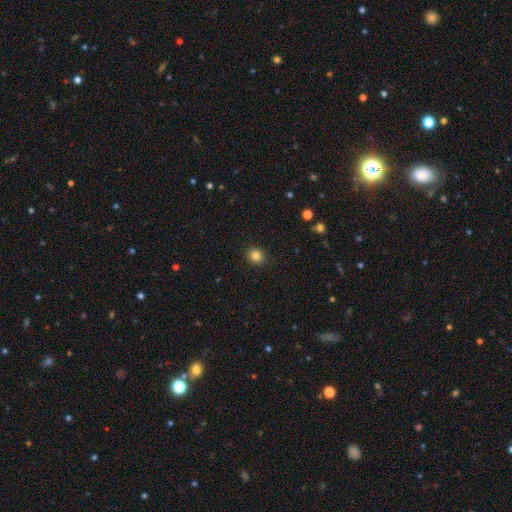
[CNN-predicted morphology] Overall: smooth (83%). How rounded: round (85%). Merging: none (91%).